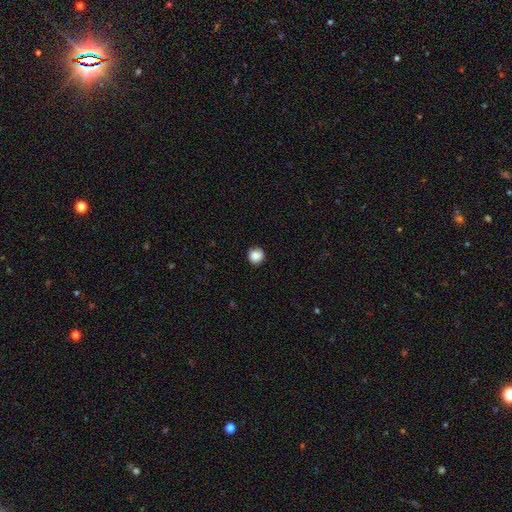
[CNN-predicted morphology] The model was most divided on "smooth or featured": smooth: 87%, star or artifact: 10%, featured or disk: 3%. More confident: how rounded — round (92%); merging — none (87%).